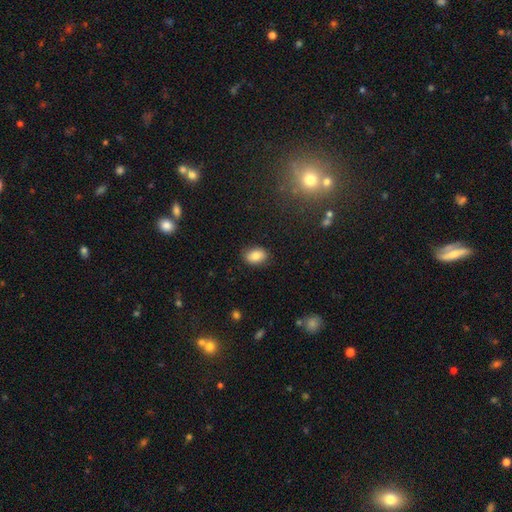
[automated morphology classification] A smooth galaxy with no disk features (83%) that is in between round and cigar-shaped (81%).

Vote fractions:
- Smooth or featured? smooth: 83% / star or artifact: 9% / featured or disk: 8%
- How rounded? in between: 81% / round: 18% / cigar-shaped: 1%
- Merging? none: 86% / minor disturbance: 10% / major disturbance: 2% / merger: 1%